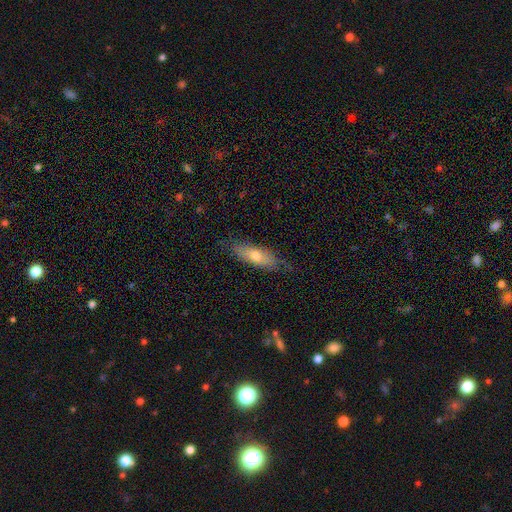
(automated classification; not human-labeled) smooth_or_featured: smooth (p=0.64) [alt: featured or disk p=0.30]
how_rounded: in between (p=0.56) [alt: cigar-shaped p=0.42]
merging: none (p=0.73) [alt: minor disturbance p=0.21]